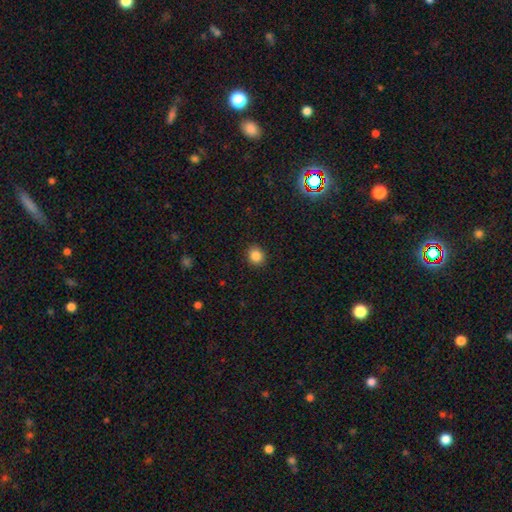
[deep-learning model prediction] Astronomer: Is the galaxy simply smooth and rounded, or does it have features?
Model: smooth — 85%.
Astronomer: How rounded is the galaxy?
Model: round — 79%.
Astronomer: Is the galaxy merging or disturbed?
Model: none — 90%.